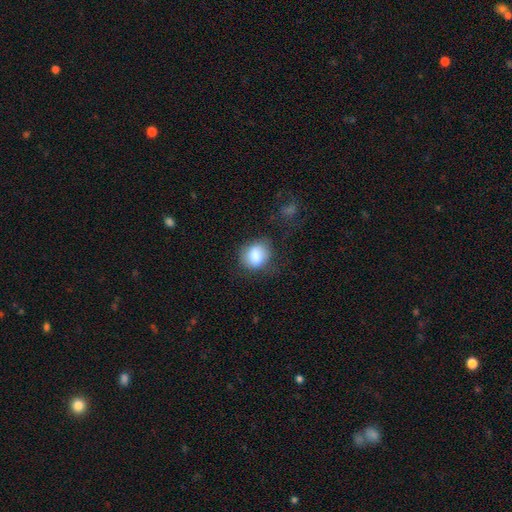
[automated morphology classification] This is clearly a smooth galaxy (82%). How rounded: possibly round (55%). Merging: likely none (64%).